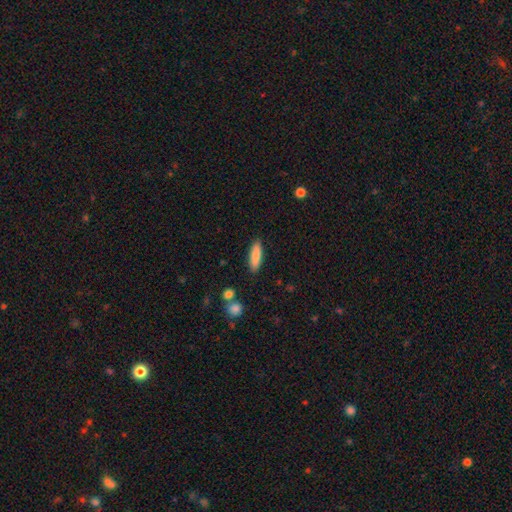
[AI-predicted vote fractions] A smooth galaxy with no disk features (85%) that is cigar-shaped (54%).

Vote fractions:
- Smooth or featured? smooth: 85% / featured or disk: 9% / star or artifact: 6%
- How rounded? cigar-shaped: 54% / in between: 45% / round: 2%
- Merging? none: 88% / minor disturbance: 8% / major disturbance: 2% / merger: 2%